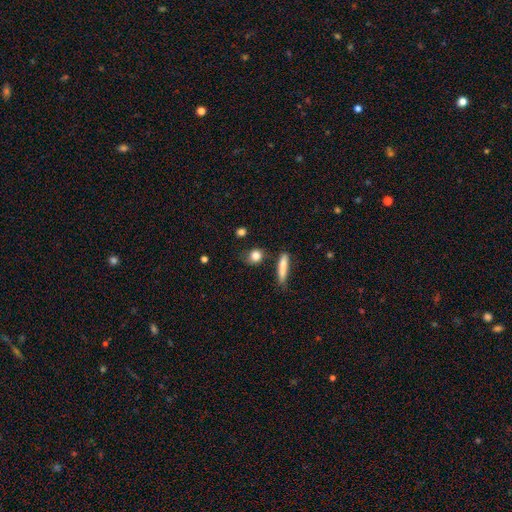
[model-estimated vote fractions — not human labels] smooth-or-featured: smooth: 83% | star or artifact: 9% | featured or disk: 9%
  how-rounded: round: 63% | in between: 26% | cigar-shaped: 10%
  merging: none: 73% | minor disturbance: 15% | merger: 6% | major disturbance: 5%